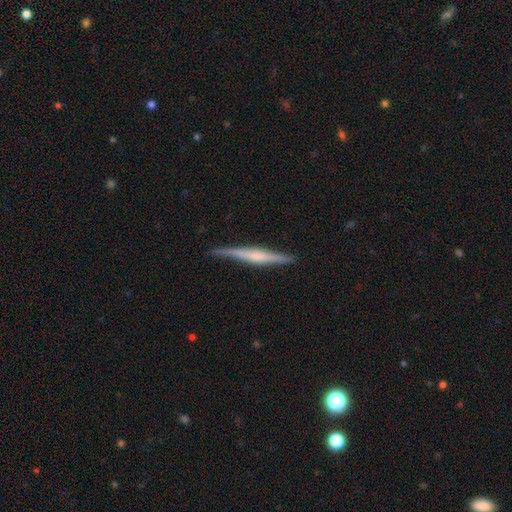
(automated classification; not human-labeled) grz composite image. It shows a featured or disk galaxy (69%) viewed edge-on (97%) with a rounded central bulge (51%). Merging: none (85%).